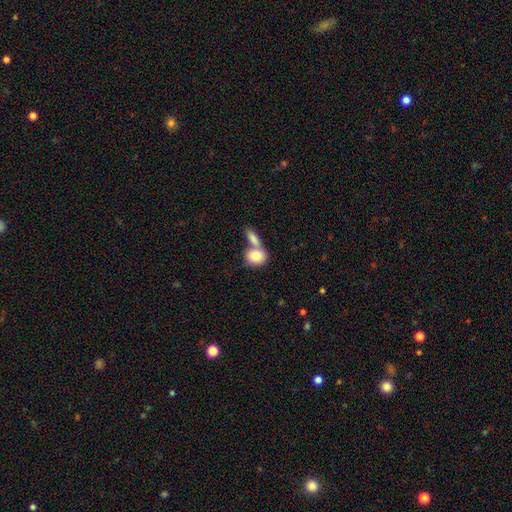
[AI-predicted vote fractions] The model was most divided on "how rounded": round: 50%, in between: 47%, cigar-shaped: 3%. More confident: smooth or featured — smooth (81%); merging — merger (53%).